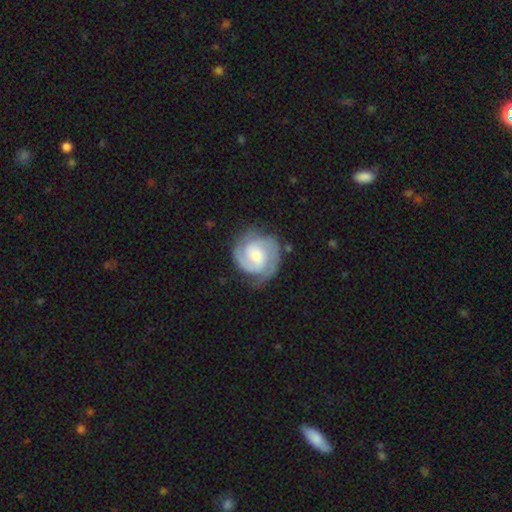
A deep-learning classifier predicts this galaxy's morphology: Q: Smooth or featured?
A: featured or disk (85%); runner-up: smooth (11%)
Q: Edge-on disk?
A: no (98%); runner-up: yes (2%)
Q: Bar?
A: no (49%); runner-up: weak (41%)
Q: Spiral arms?
A: yes (97%); runner-up: no (3%)
Q: Spiral winding?
A: tight (54%); runner-up: medium (38%)
Q: Spiral arm count?
A: 2 (74%); runner-up: 3 (11%)
Q: Bulge size?
A: moderate (49%); runner-up: small (35%)
Q: Merging?
A: none (73%); runner-up: minor disturbance (18%)